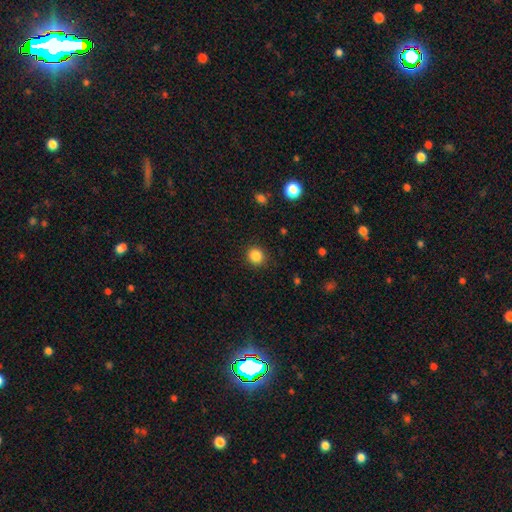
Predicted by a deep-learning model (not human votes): Overall: smooth (86%). How rounded: round (87%). Merging: none (89%).